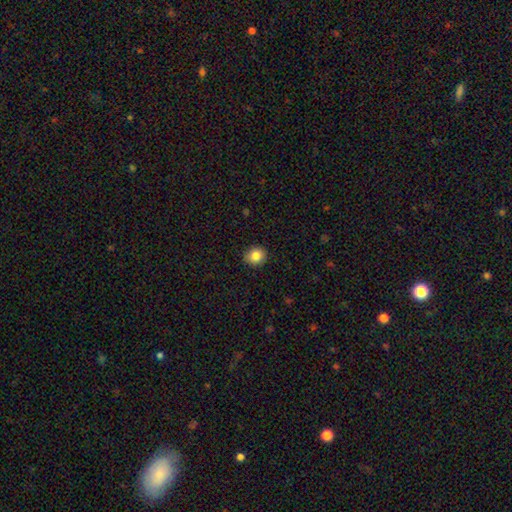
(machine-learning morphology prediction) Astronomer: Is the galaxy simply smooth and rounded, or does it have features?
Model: smooth — 85%.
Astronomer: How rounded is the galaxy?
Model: round — 80%.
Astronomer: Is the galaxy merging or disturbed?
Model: none — 90%.